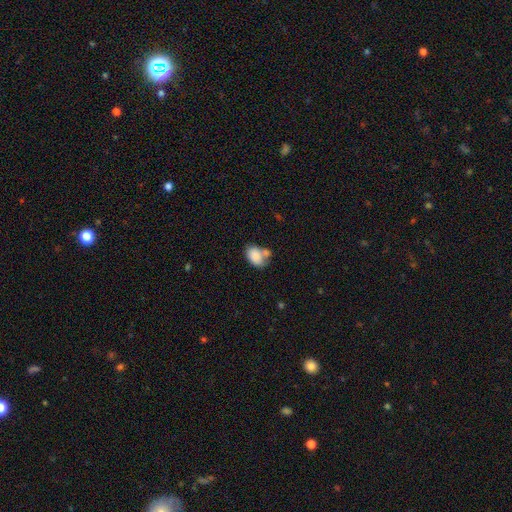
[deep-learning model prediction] This appears to be a smooth galaxy with no disk features (83%) that is in between round and cigar-shaped (84%). Merging: none (38%).